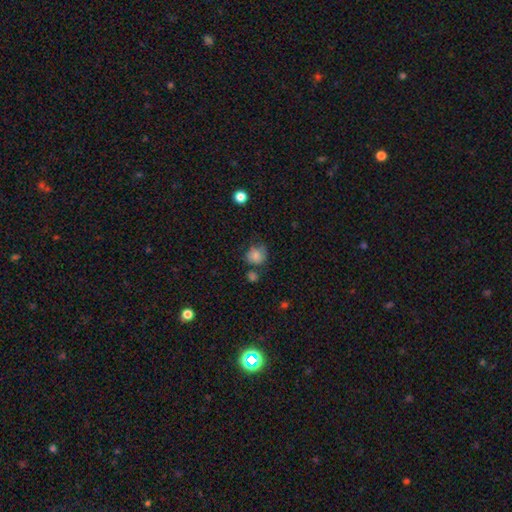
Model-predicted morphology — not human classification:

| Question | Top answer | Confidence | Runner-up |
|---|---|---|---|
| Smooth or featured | smooth | 80% | star or artifact (10%) |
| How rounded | round | 81% | in between (18%) |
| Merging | none | 57% | minor disturbance (25%) |